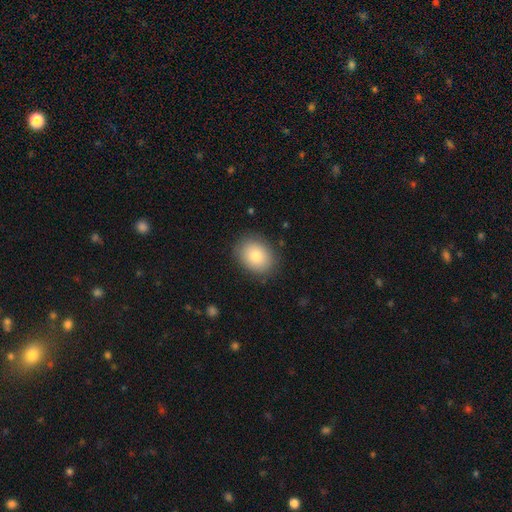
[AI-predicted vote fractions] A smooth galaxy with no disk features (82%) that is in between round and cigar-shaped (58%). Merging: none (85%).